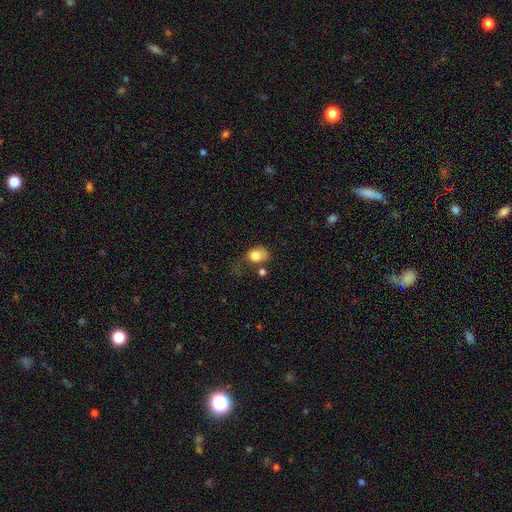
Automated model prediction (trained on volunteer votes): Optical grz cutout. It shows a smooth galaxy with no disk features (77%) that is in between round and cigar-shaped (63%). Merging: major disturbance (38%).